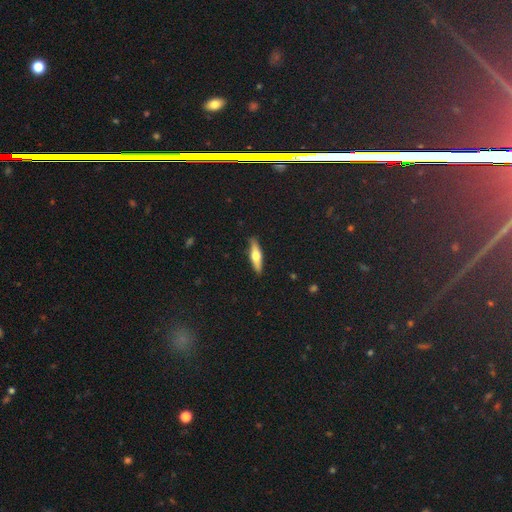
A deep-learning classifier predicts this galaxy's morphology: Q: Smooth or featured?
A: smooth (49%); runner-up: featured or disk (45%)
Q: Merging?
A: none (88%); runner-up: minor disturbance (9%)